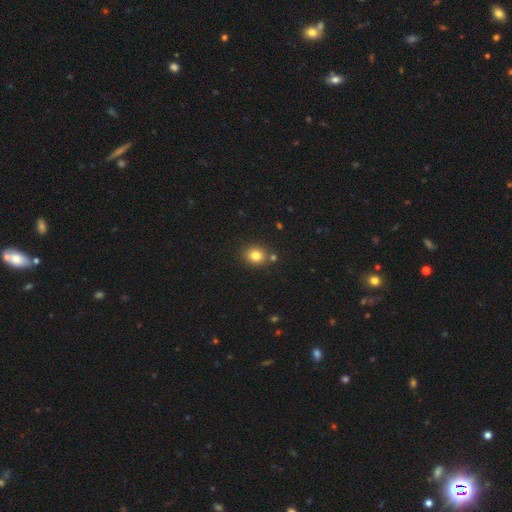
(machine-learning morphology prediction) Smooth or featured?
  - smooth: 81% *
  - star or artifact: 12%
  - featured or disk: 7%
How rounded?
  - round: 72% *
  - in between: 28%
  - cigar-shaped: 1%
Merging?
  - none: 80% *
  - minor disturbance: 9%
  - merger: 8%
  - major disturbance: 3%